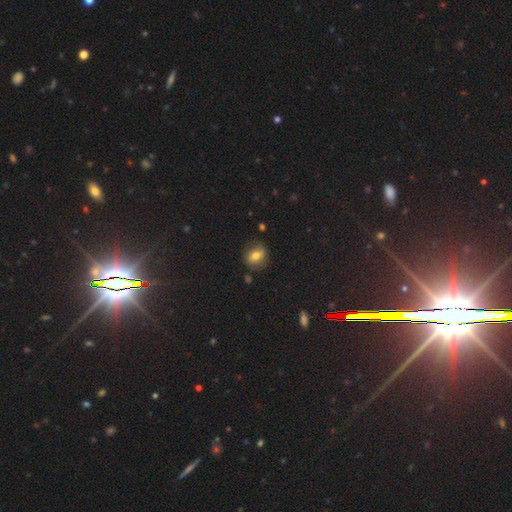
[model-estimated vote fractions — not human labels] Smooth or featured? Predicted: smooth (p=0.67). How rounded? Predicted: round (p=0.53). Merging? Predicted: none (p=0.77).